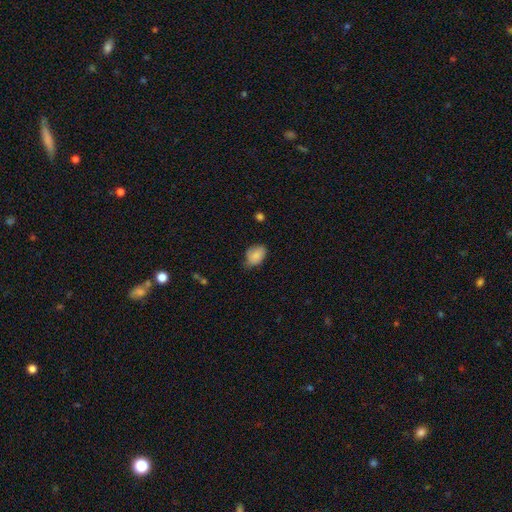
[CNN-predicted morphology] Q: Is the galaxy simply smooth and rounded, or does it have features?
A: smooth — 84%.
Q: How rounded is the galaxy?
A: in between — 83%.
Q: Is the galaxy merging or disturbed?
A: none — 62%.